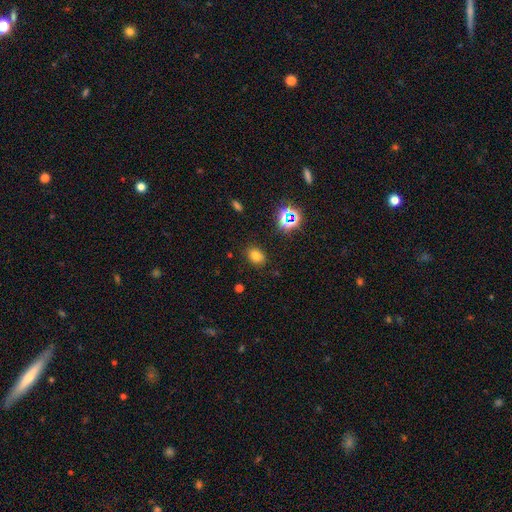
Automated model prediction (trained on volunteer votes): This appears to be a smooth galaxy with no disk features (73%) that is in between round and cigar-shaped (62%). Merging: none (86%).